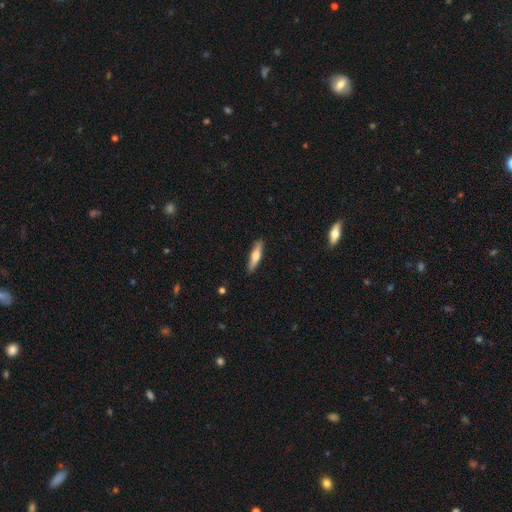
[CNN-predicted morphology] Smooth or featured: smooth — 54% (featured or disk — 40%)
How rounded: cigar-shaped — 78% (in between — 21%)
Merging: none — 89% (minor disturbance — 8%)